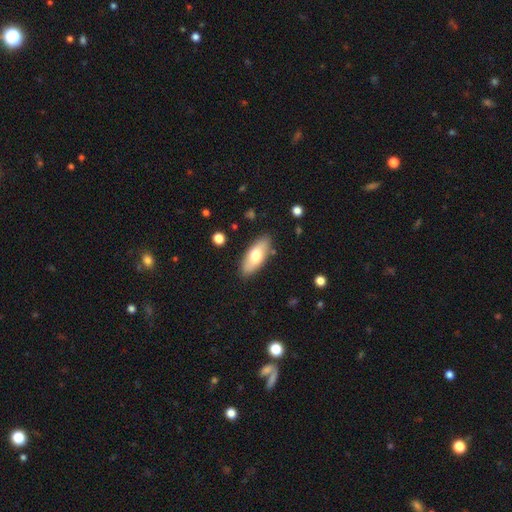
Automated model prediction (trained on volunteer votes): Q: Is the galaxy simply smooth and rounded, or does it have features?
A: smooth — 68%.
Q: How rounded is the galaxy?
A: in between — 80%.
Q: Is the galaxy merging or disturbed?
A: none — 85%.